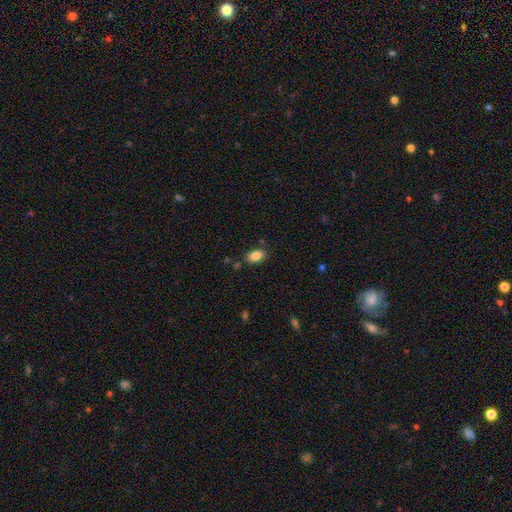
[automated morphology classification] Smooth or featured? Predicted: smooth (p=0.86). How rounded? Predicted: in between (p=0.88). Merging? Predicted: none (p=0.81).